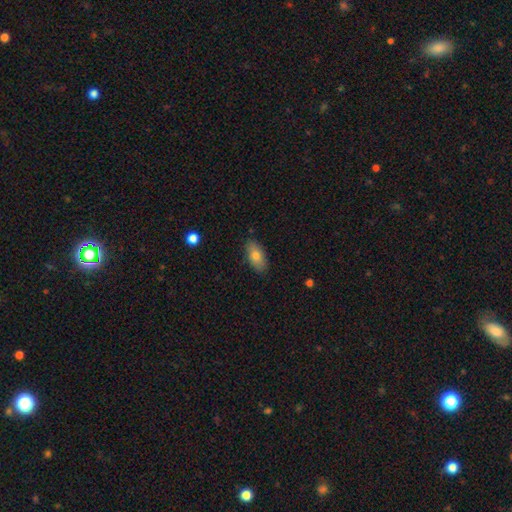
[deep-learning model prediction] smooth 76%, featured or disk 16%, star or artifact 7%. Down the decision tree: how rounded — in between (89%); merging — none (86%).